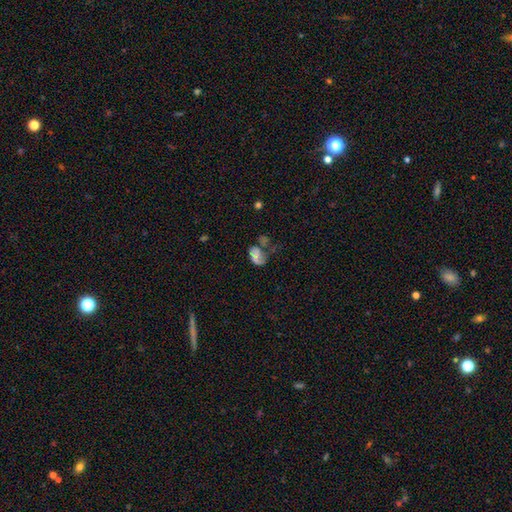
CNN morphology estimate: Smooth or featured: smooth — 46% (featured or disk — 44%)
Merging: major disturbance — 36% (none — 24%)